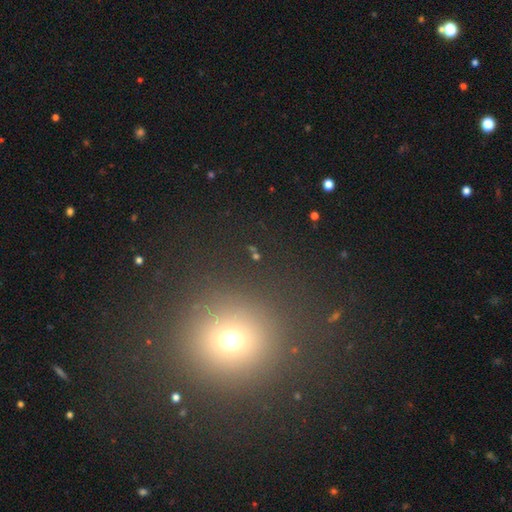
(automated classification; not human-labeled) Q: Smooth or featured?
A: star or artifact (48%); runner-up: smooth (39%)